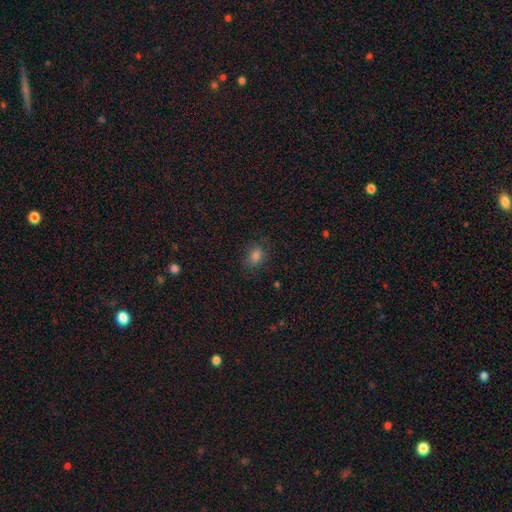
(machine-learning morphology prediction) Smooth or featured? smooth (77%)
How rounded? in between (59%)
Merging? none (83%)